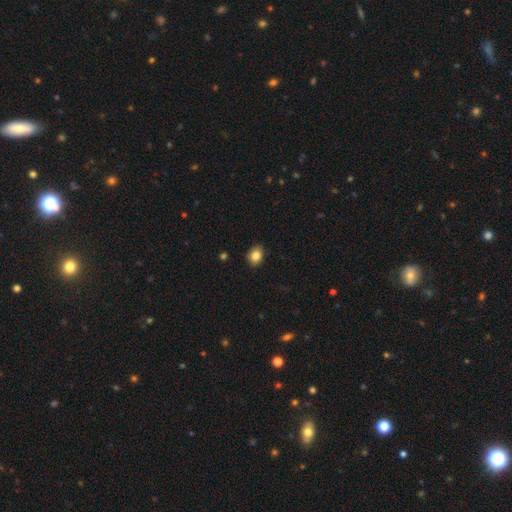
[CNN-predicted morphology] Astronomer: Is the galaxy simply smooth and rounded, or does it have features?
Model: smooth — 84%.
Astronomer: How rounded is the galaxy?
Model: in between — 51% (runner-up: round, 48%).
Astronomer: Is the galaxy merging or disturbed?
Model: none — 88%.